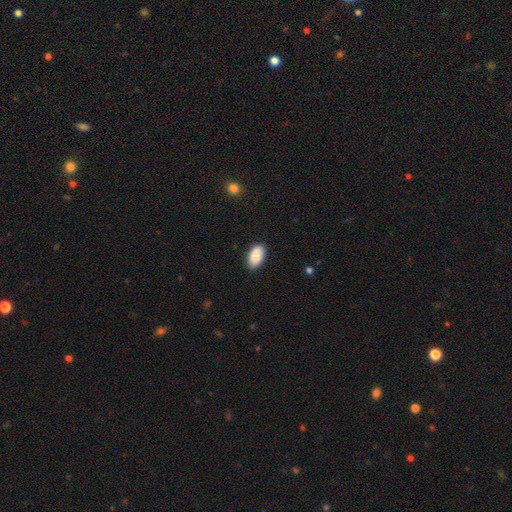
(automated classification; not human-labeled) Morphology: type=smooth (86%); roundness=in between (94%); merging=none (84%).